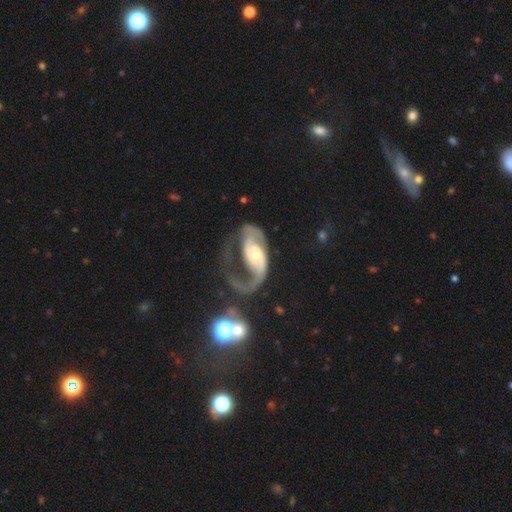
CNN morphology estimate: Smooth or featured? featured or disk (86%)
Edge-on disk? no (97%)
Bar? no (50%)
Spiral arms? yes (94%)
Spiral winding? medium (40%, tied with loose)
Spiral arm count? 2 (54%)
Bulge size? moderate (60%)
Merging? major disturbance (49%)